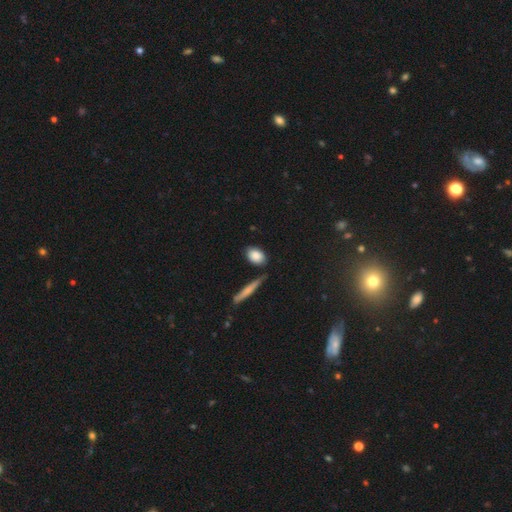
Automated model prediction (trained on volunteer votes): Overall: smooth (85%). How rounded: in between (79%). Merging: none (75%).